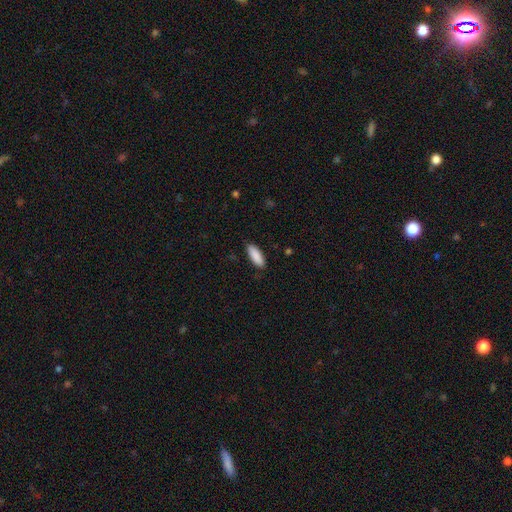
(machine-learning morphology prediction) Overall: smooth (90%). How rounded: in between (69%; cigar-shaped 29%). Merging: none (89%).